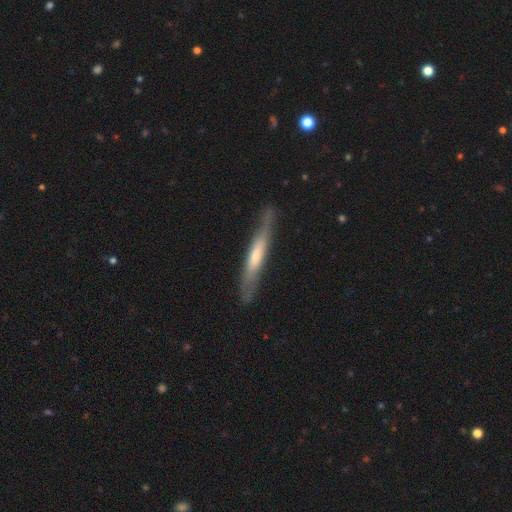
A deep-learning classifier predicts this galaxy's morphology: Smooth or featured? featured or disk (63%)
Edge-on disk? yes (85%)
Edge-on bulge? rounded (54%)
Merging? none (80%)